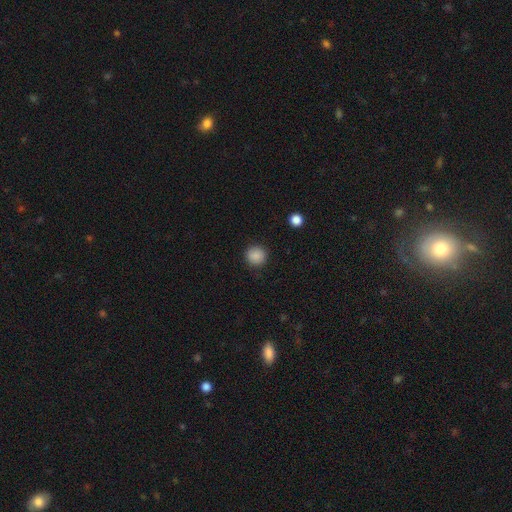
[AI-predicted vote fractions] Q: Smooth or featured?
A: smooth (88%); runner-up: star or artifact (9%)
Q: How rounded?
A: round (93%); runner-up: in between (6%)
Q: Merging?
A: none (91%); runner-up: minor disturbance (6%)